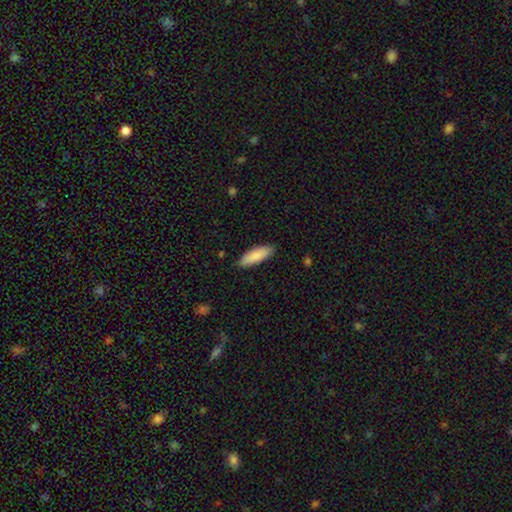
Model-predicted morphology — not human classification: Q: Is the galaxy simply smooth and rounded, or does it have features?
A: smooth — 87%.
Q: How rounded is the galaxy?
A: in between — 56%.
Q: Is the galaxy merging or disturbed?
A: none — 86%.